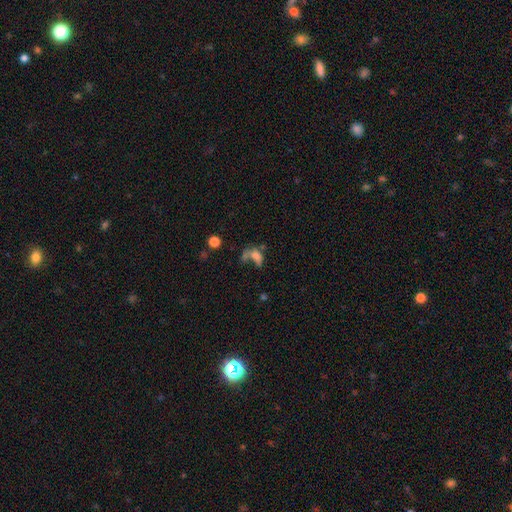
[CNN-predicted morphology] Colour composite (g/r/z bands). It shows a smooth galaxy with no disk features (59%) that is in between round and cigar-shaped (75%). Merging: merger (34%).